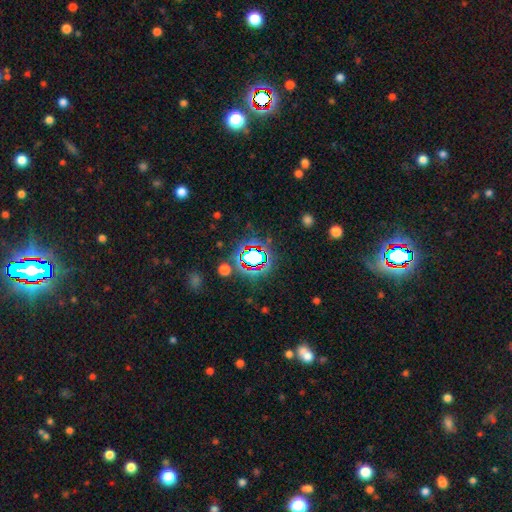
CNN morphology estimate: smooth-or-featured: star or artifact: 76% | smooth: 15% | featured or disk: 9%